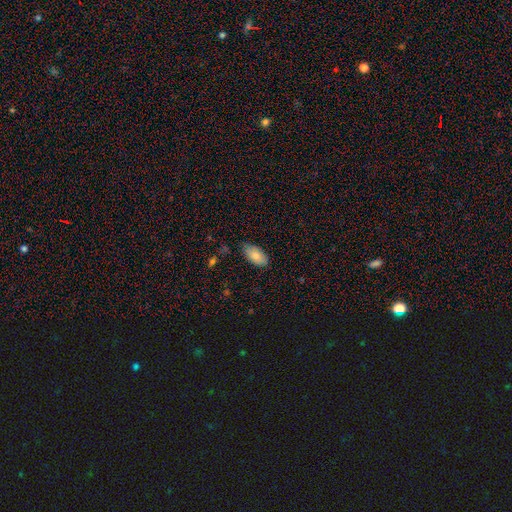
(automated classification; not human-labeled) smooth_or_featured: smooth (p=0.83) [alt: featured or disk p=0.10]
how_rounded: in between (p=0.94) [alt: cigar-shaped p=0.04]
merging: none (p=0.76) [alt: minor disturbance p=0.19]